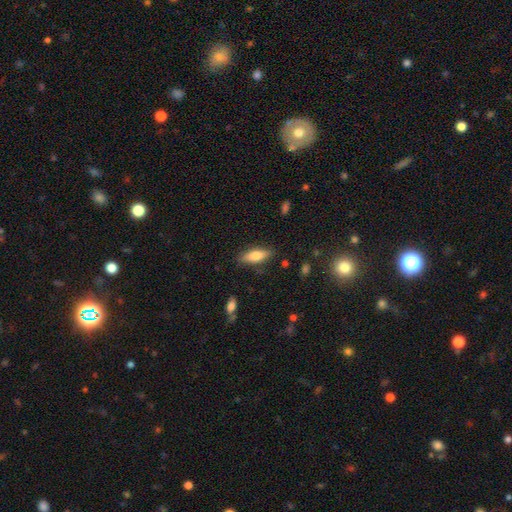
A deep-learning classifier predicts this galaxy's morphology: A smooth galaxy with no disk features (75%) that is in between round and cigar-shaped (63%).

Vote fractions:
- Smooth or featured? smooth: 75% / featured or disk: 19% / star or artifact: 7%
- How rounded? in between: 63% / cigar-shaped: 35% / round: 2%
- Merging? none: 82% / minor disturbance: 13% / major disturbance: 3% / merger: 2%